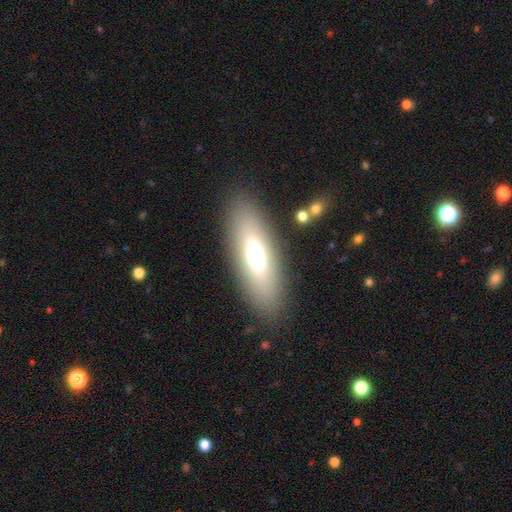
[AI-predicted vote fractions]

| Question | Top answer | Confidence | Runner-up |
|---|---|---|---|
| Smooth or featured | smooth | 64% | featured or disk (28%) |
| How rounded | in between | 63% | cigar-shaped (34%) |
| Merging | none | 86% | minor disturbance (8%) |